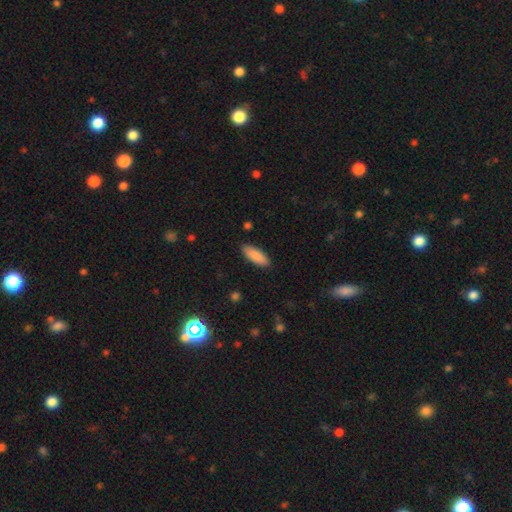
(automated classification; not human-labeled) Smooth or featured?
  - smooth: 89% *
  - star or artifact: 6%
  - featured or disk: 5%
How rounded?
  - in between: 68% *
  - cigar-shaped: 31%
  - round: 2%
Merging?
  - none: 89% *
  - minor disturbance: 8%
  - major disturbance: 2%
  - merger: 1%